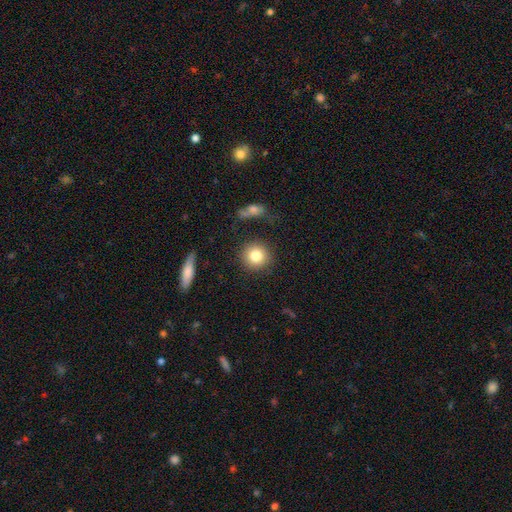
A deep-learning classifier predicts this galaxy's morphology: Smooth or featured? smooth (82%)
How rounded? round (92%)
Merging? none (87%)